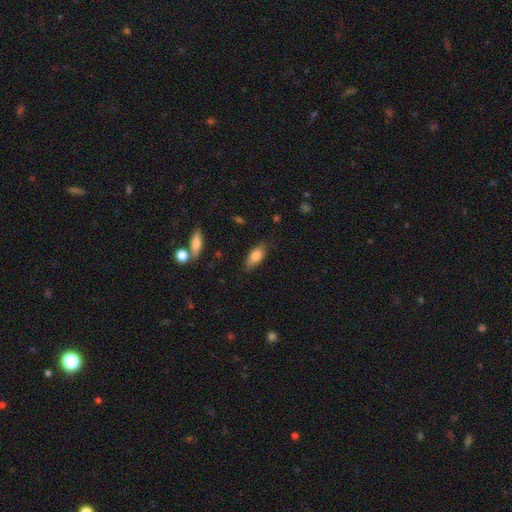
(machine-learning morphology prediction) The model was most divided on "merging": none: 74%, minor disturbance: 20%, major disturbance: 4%, merger: 2%. More confident: how rounded — in between (83%); smooth or featured — smooth (81%).